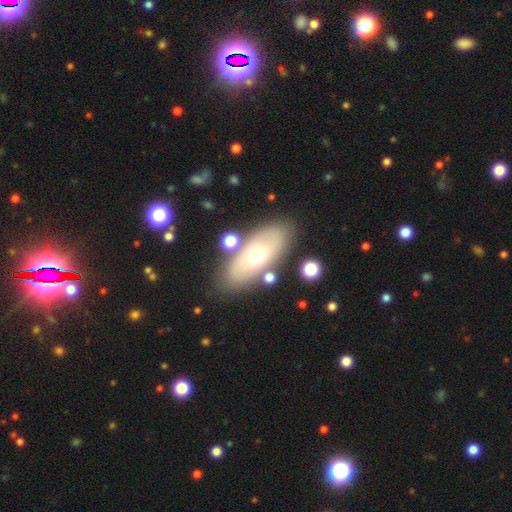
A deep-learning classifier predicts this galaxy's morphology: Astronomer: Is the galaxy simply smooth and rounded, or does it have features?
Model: smooth — 54% (runner-up: featured or disk, 37%).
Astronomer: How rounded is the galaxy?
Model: in between — 85%.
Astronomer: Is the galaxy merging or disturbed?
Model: none — 79%.